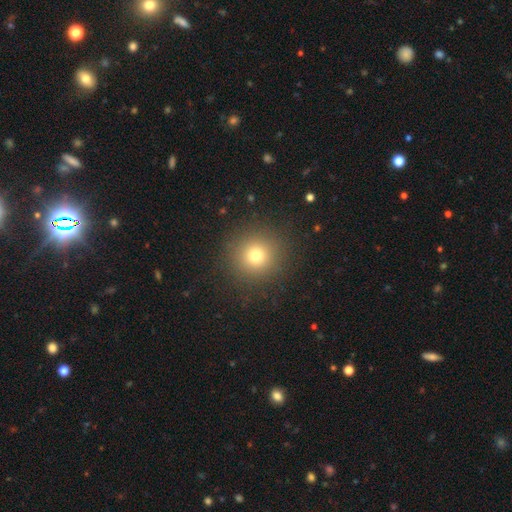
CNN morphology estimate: A smooth galaxy with no disk features (74%) that is round (94%).

Vote fractions:
- Smooth or featured? smooth: 74% / star or artifact: 17% / featured or disk: 8%
- How rounded? round: 94% / in between: 5% / cigar-shaped: 1%
- Merging? none: 90% / minor disturbance: 6% / major disturbance: 3% / merger: 1%